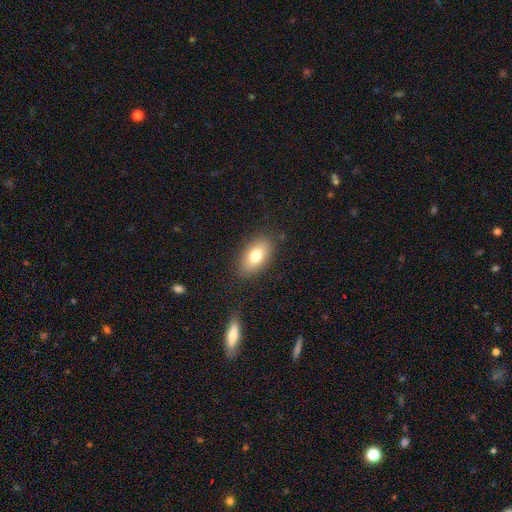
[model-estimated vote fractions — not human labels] smooth-or-featured: smooth: 76% | featured or disk: 16% | star or artifact: 8%
  how-rounded: in between: 90% | round: 6% | cigar-shaped: 4%
  merging: none: 83% | minor disturbance: 12% | major disturbance: 3% | merger: 2%